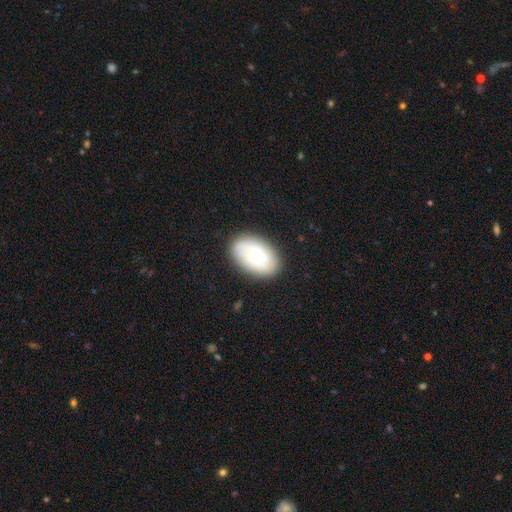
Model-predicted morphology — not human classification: Smooth or featured? smooth (64%)
How rounded? in between (90%)
Merging? none (83%)